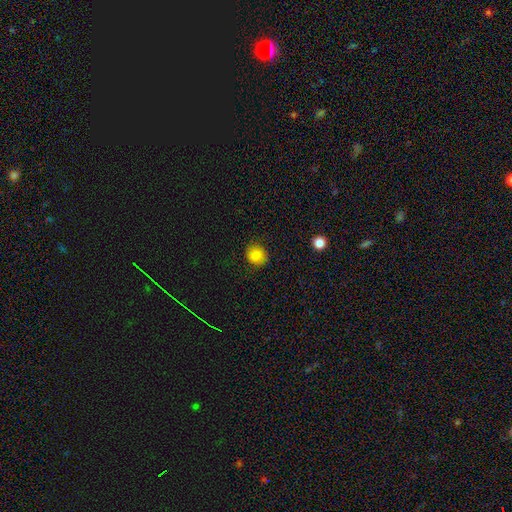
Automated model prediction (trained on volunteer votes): The model was most divided on "how rounded": round: 84%, in between: 16%, cigar-shaped: 1%. More confident: smooth or featured — smooth (84%); merging — none (84%).